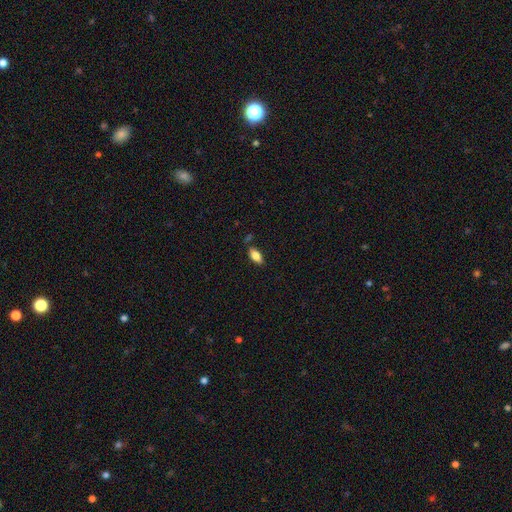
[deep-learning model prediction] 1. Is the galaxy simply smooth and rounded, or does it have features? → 81% smooth, 11% featured or disk, 8% star or artifact.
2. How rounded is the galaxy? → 89% in between, 8% cigar-shaped, 3% round.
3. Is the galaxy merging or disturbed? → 79% none, 14% minor disturbance, 4% merger, 3% major disturbance.